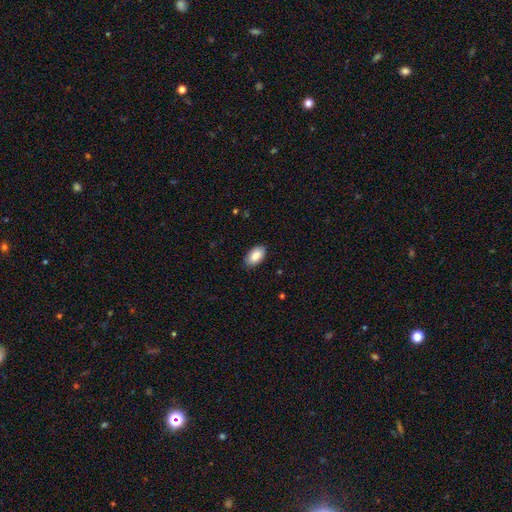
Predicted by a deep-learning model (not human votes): A smooth galaxy with no disk features (87%) that is in between round and cigar-shaped (95%). Merging: none (85%).